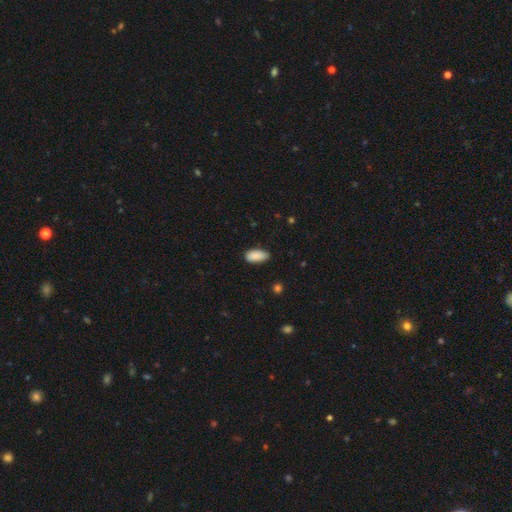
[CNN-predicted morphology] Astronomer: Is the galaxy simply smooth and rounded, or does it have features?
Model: smooth — 90%.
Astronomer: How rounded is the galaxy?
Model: in between — 92%.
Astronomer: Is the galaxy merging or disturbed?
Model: none — 81%.